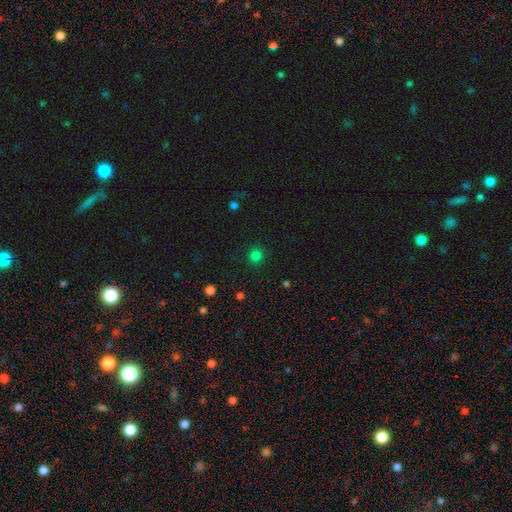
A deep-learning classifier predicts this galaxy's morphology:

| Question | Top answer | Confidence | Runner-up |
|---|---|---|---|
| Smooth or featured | smooth | 79% | star or artifact (17%) |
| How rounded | round | 93% | in between (6%) |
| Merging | none | 91% | minor disturbance (6%) |